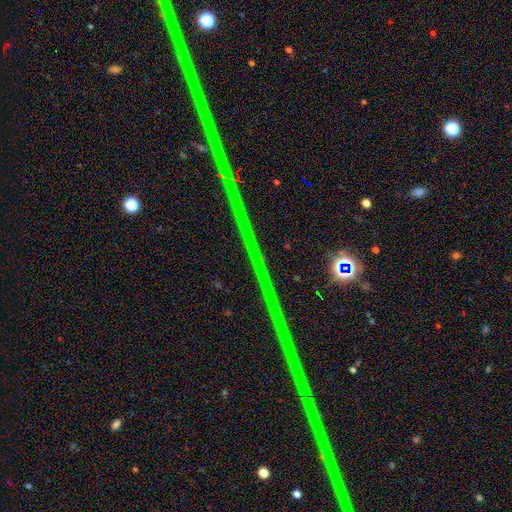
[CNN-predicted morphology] Smooth or featured? star or artifact (89%)